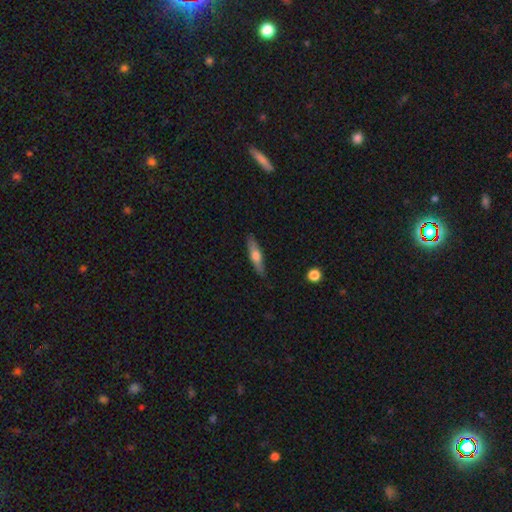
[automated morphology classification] Smooth or featured? smooth (49%)
Merging? none (87%)